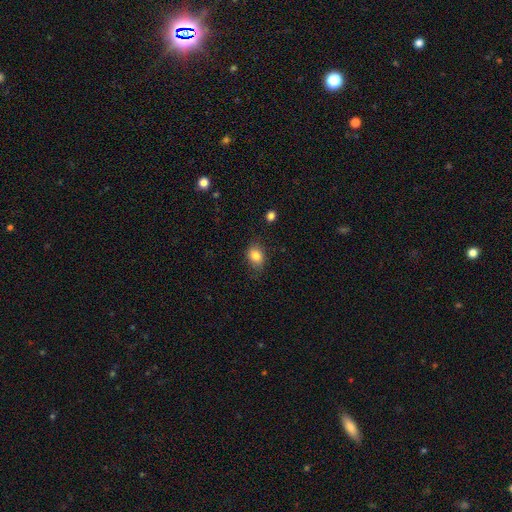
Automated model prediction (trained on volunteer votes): This is clearly a smooth galaxy (83%). How rounded: likely in between (64%). Merging: likely none (78%).